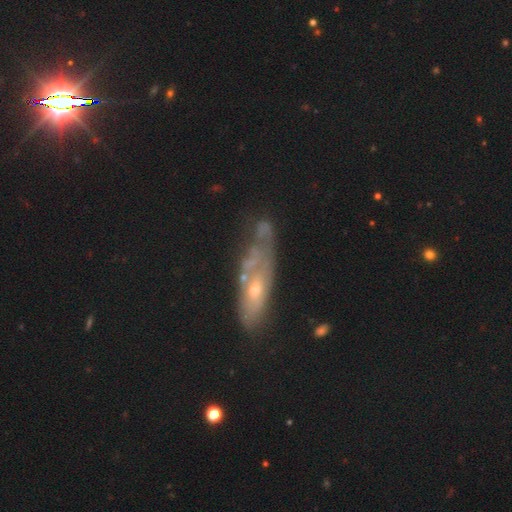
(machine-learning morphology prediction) Q: Smooth or featured?
A: featured or disk (62%); runner-up: smooth (30%)
Q: Edge-on disk?
A: no (80%); runner-up: yes (20%)
Q: Merging?
A: none (35%); runner-up: minor disturbance (27%)